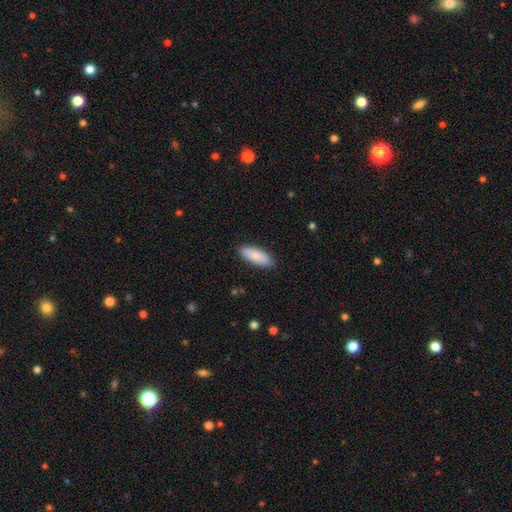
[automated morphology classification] This is clearly a smooth galaxy (86%). How rounded: likely in between (72%). Merging: clearly none (87%).